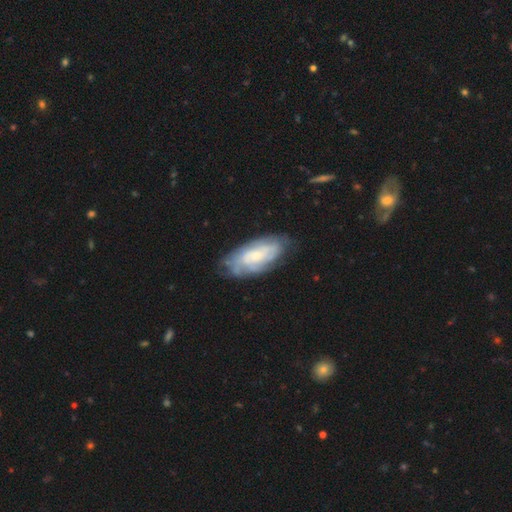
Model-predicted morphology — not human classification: This appears to be a featured or disk galaxy (60%) with no bar (67%), spiral arms (77%) and a small central bulge (50%). Merging: none (69%).